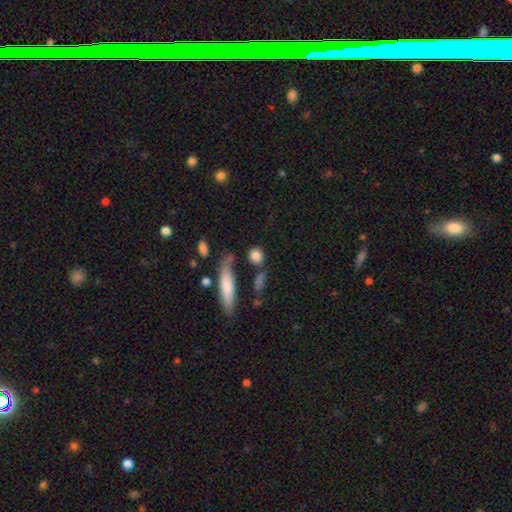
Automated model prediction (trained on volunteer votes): This is clearly a smooth galaxy (83%). How rounded: likely round (72%). Merging: likely none (68%).